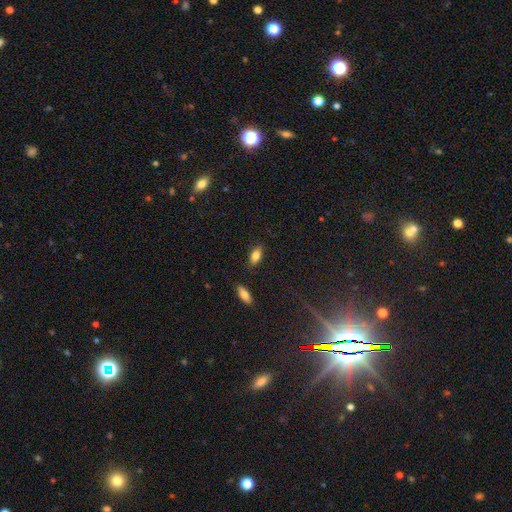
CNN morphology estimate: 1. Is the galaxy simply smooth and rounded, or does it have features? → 81% smooth, 11% featured or disk, 8% star or artifact.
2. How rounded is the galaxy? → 88% in between, 7% cigar-shaped, 5% round.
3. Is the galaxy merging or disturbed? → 85% none, 11% minor disturbance, 2% major disturbance, 2% merger.